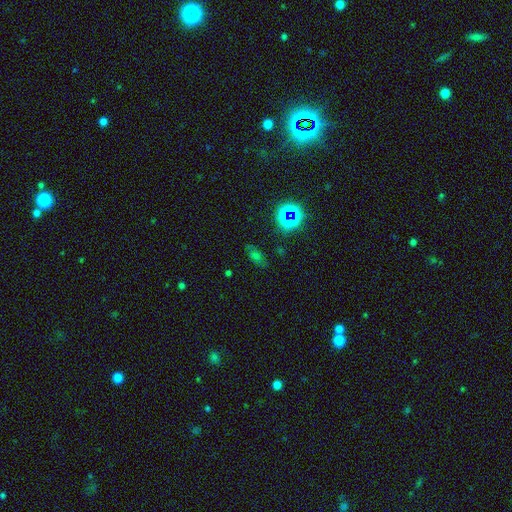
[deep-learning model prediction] Smooth or featured? star or artifact (46%)